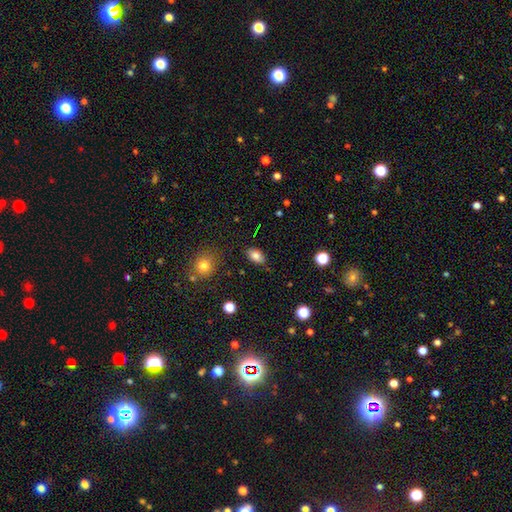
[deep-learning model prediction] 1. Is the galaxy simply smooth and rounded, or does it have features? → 82% smooth, 10% star or artifact, 9% featured or disk.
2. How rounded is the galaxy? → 88% in between, 10% round, 2% cigar-shaped.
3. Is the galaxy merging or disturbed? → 82% none, 13% minor disturbance, 3% major disturbance, 2% merger.